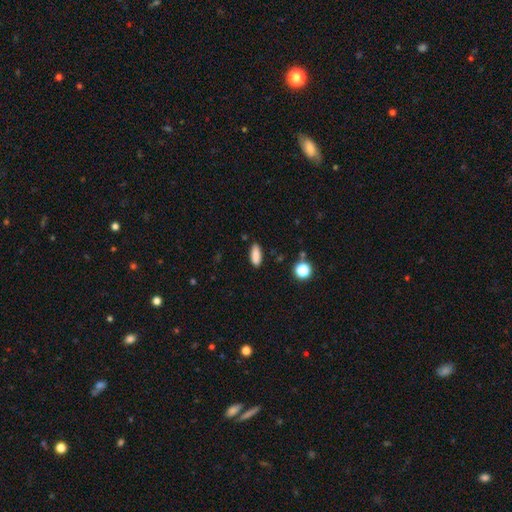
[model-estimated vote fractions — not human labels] The model was most divided on "how rounded": in between: 76%, cigar-shaped: 21%, round: 3%. More confident: smooth or featured — smooth (86%); merging — none (86%).